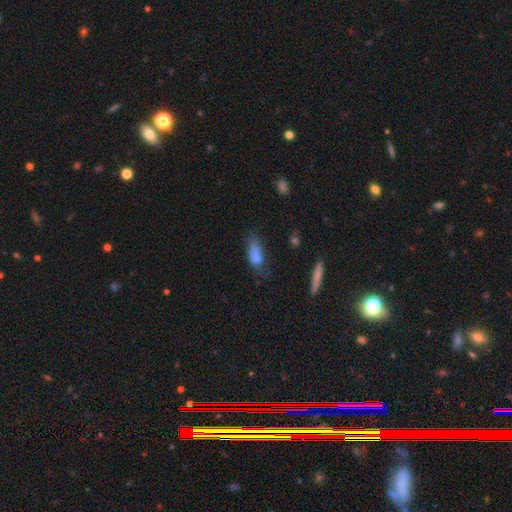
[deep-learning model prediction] This is likely a smooth galaxy (76%). How rounded: likely in between (77%). Merging: marginally none (34%).